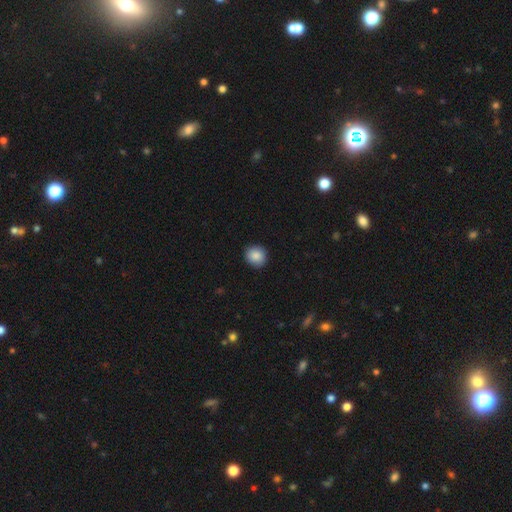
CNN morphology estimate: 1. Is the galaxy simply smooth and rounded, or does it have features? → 88% smooth, 8% star or artifact, 4% featured or disk.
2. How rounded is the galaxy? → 85% round, 14% in between, 1% cigar-shaped.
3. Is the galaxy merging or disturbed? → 91% none, 7% minor disturbance, 2% major disturbance, 1% merger.